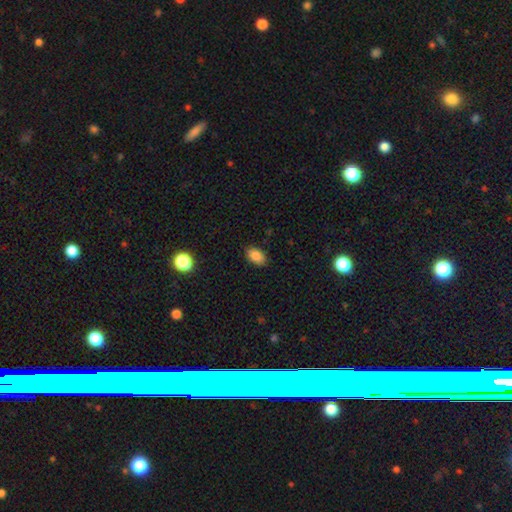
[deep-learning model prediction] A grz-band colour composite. It shows a smooth galaxy with no disk features (85%) that is in between round and cigar-shaped (89%). Merging: none (87%).